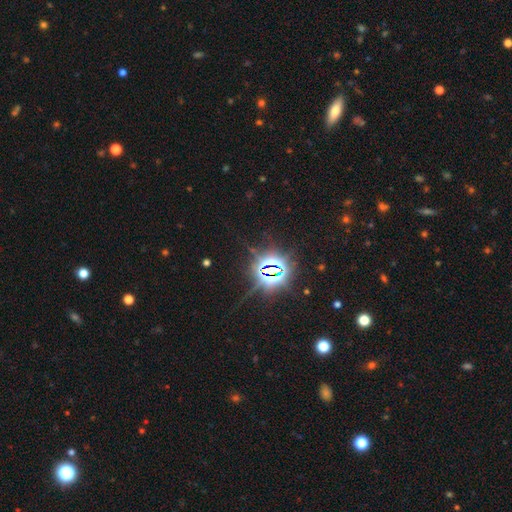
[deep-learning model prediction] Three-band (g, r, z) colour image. It shows a star or artifact, not a galaxy (82%).